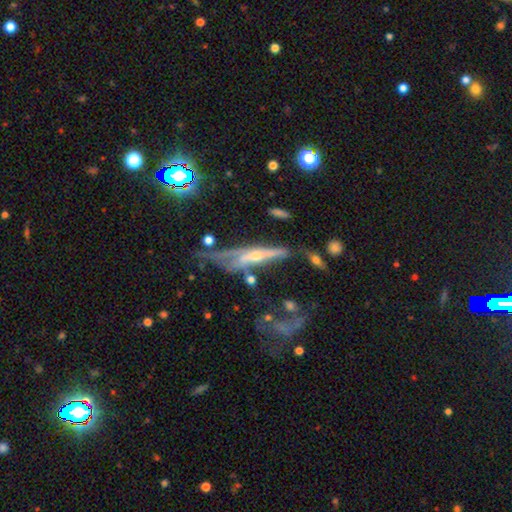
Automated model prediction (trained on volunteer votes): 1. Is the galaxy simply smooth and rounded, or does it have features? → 69% featured or disk, 18% smooth, 13% star or artifact.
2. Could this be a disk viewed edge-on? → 77% yes, 23% no.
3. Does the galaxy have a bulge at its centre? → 79% rounded, 14% none, 7% boxy.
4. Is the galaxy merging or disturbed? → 40% none, 23% major disturbance, 23% minor disturbance, 14% merger.